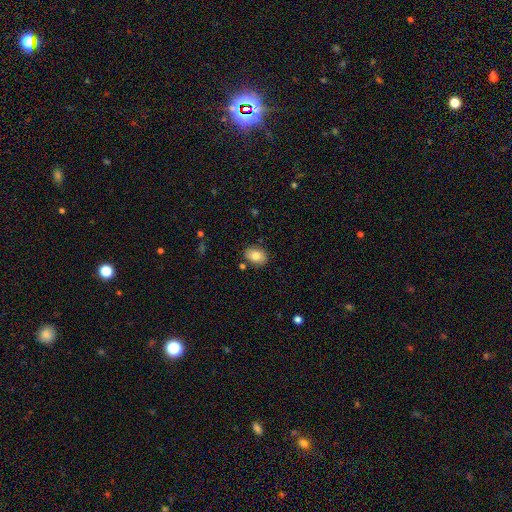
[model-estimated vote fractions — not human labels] A smooth galaxy with no disk features (82%) that is in between round and cigar-shaped (72%). Merging: none (83%).